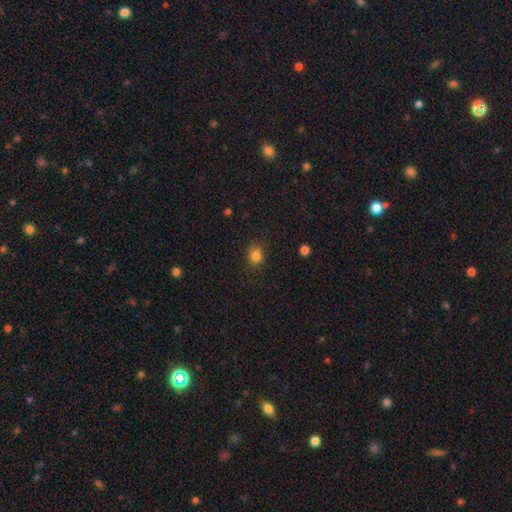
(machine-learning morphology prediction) smooth_or_featured: smooth (p=0.83) [alt: star or artifact p=0.12]
how_rounded: round (p=0.59) [alt: in between p=0.40]
merging: none (p=0.84) [alt: minor disturbance p=0.12]